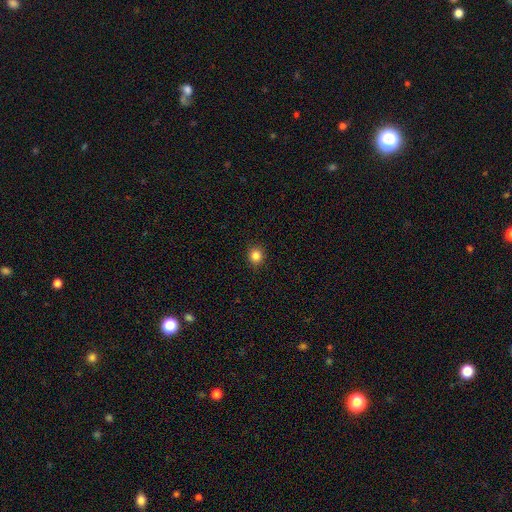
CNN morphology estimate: type=smooth (85%); roundness=round (86%); merging=none (91%).